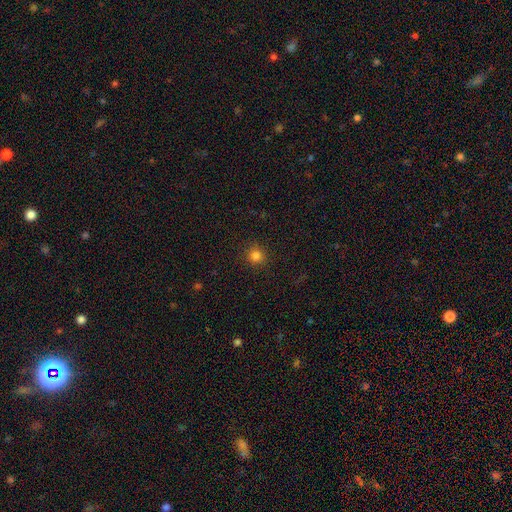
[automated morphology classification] smooth-or-featured: smooth: 82% | star or artifact: 14% | featured or disk: 4%
  how-rounded: round: 92% | in between: 7% | cigar-shaped: 1%
  merging: none: 90% | minor disturbance: 7% | major disturbance: 2% | merger: 1%